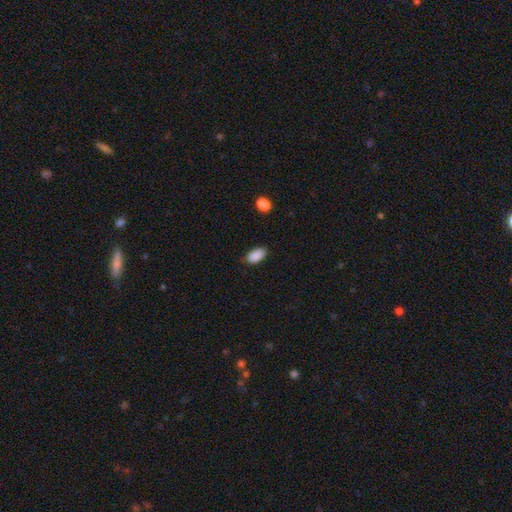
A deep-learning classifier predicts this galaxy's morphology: A smooth galaxy with no disk features (88%) that is in between round and cigar-shaped (93%). Merging: none (78%).